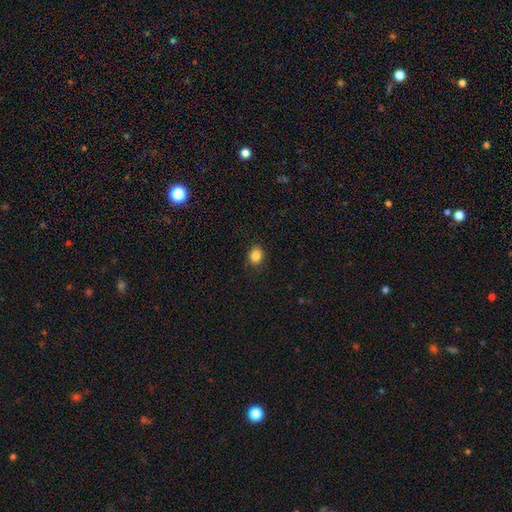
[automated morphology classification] type=smooth (85%); roundness=round (57%); merging=none (87%).